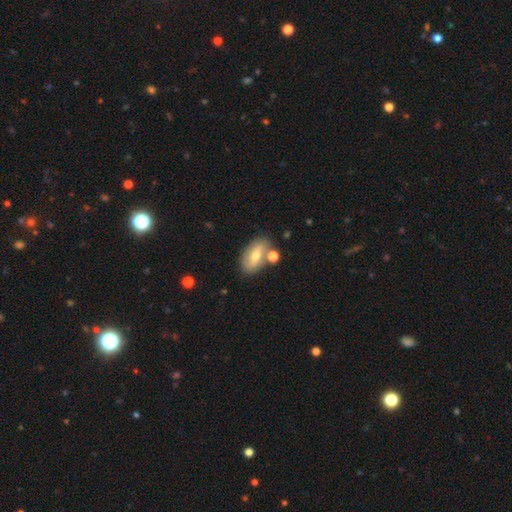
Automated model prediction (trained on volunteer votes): smooth_or_featured: smooth (p=0.54) [alt: featured or disk p=0.38]
how_rounded: in between (p=0.87) [alt: round p=0.08]
merging: none (p=0.70) [alt: minor disturbance p=0.14]